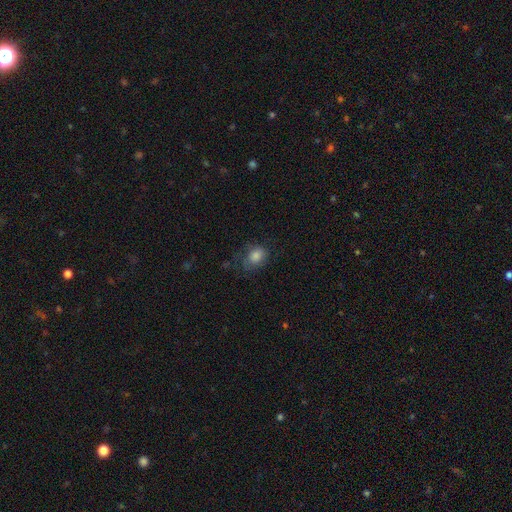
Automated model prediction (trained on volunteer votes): Smooth or featured: smooth — 72% (featured or disk — 16%)
How rounded: in between — 54% (round — 44%)
Merging: none — 59% (minor disturbance — 24%)